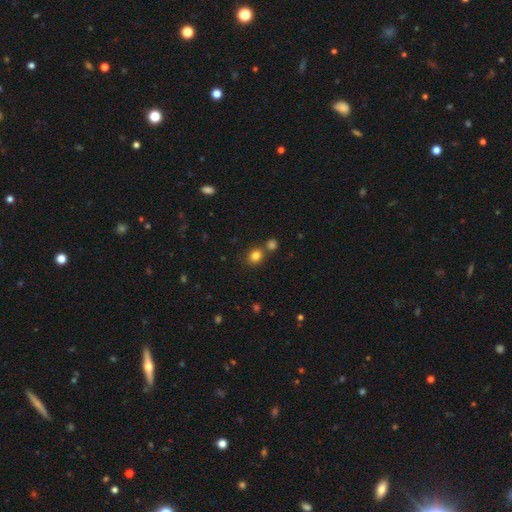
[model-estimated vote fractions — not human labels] Smooth or featured? Predicted: smooth (p=0.82). How rounded? Predicted: round (p=0.67). Merging? Predicted: none (p=0.67).